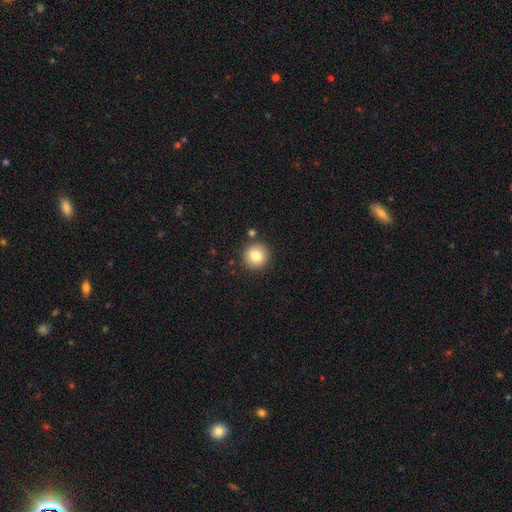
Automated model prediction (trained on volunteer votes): A smooth galaxy with no disk features (82%) that is round (93%).

Vote fractions:
- Smooth or featured? smooth: 82% / star or artifact: 9% / featured or disk: 9%
- How rounded? round: 93% / in between: 6% / cigar-shaped: 1%
- Merging? none: 86% / minor disturbance: 7% / merger: 4% / major disturbance: 2%